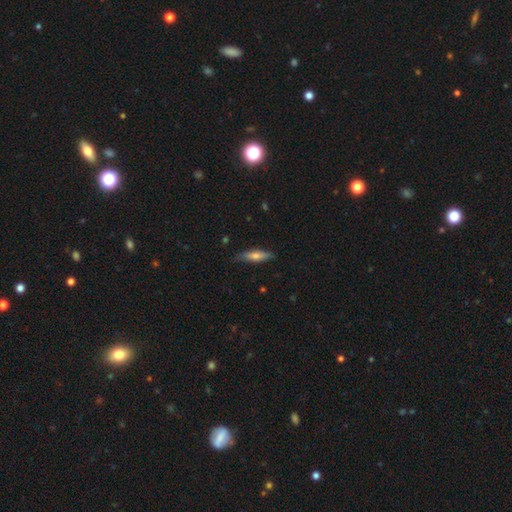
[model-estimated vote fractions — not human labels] Smooth or featured: smooth — 56% (featured or disk — 37%)
How rounded: cigar-shaped — 71% (in between — 27%)
Merging: none — 81% (minor disturbance — 16%)